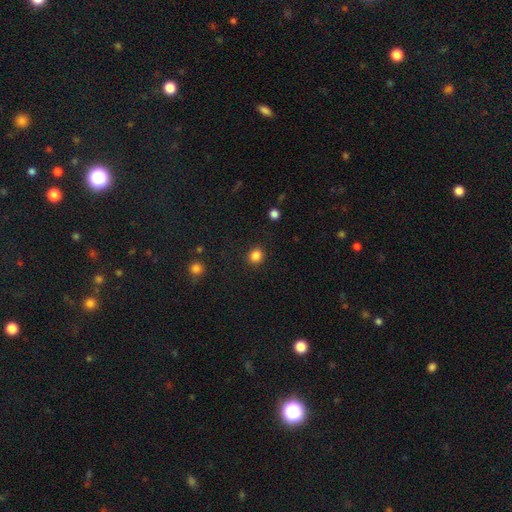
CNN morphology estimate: The model was most divided on "how rounded": round: 77%, in between: 22%, cigar-shaped: 1%. More confident: merging — none (89%); smooth or featured — smooth (85%).